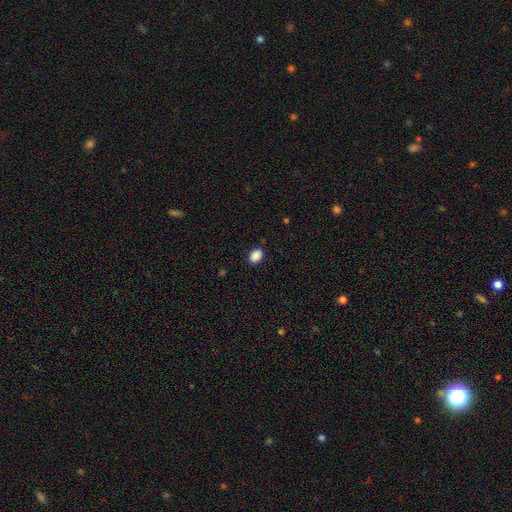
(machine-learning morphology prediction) This appears to be a smooth galaxy with no disk features (89%) that is in between round and cigar-shaped (66%). Merging: none (88%).